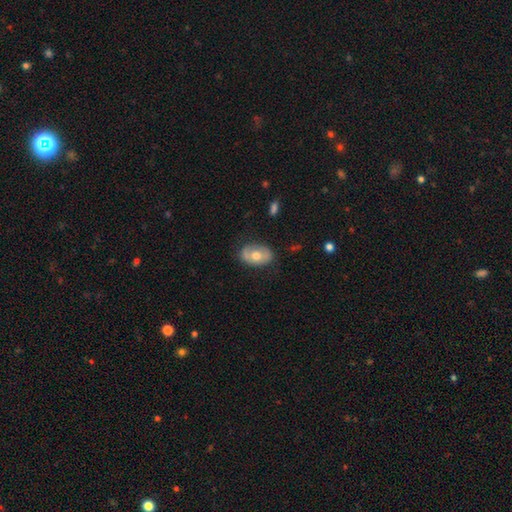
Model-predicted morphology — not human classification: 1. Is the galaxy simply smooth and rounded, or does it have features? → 49% smooth, 44% featured or disk, 7% star or artifact.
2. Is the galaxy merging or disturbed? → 72% none, 21% minor disturbance, 6% major disturbance, 2% merger.